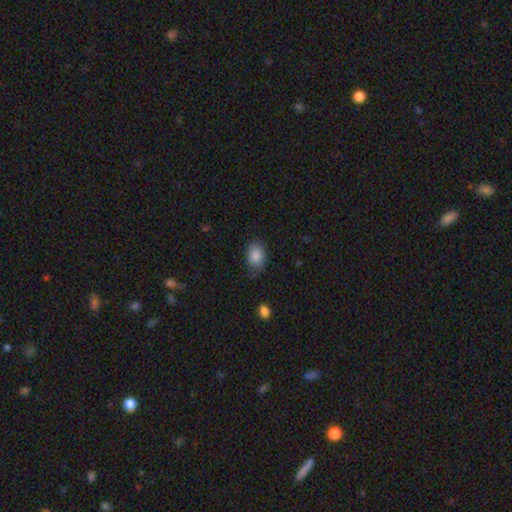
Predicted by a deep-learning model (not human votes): A smooth galaxy with no disk features (87%) that is in between round and cigar-shaped (76%). Merging: none (73%).